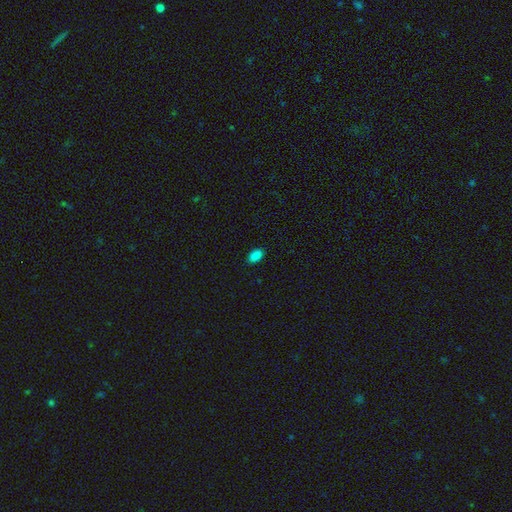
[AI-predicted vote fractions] Smooth or featured? smooth (87%)
How rounded? in between (92%)
Merging? none (89%)